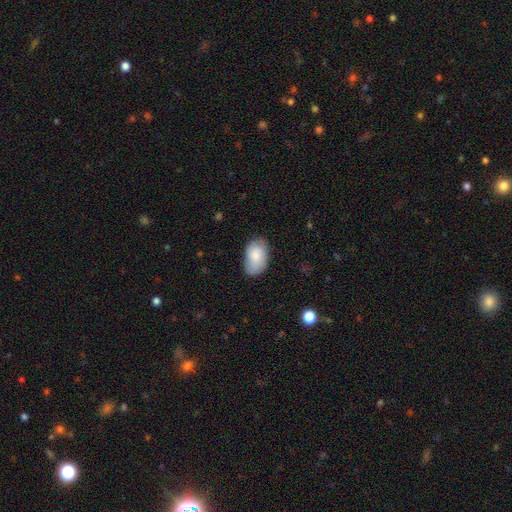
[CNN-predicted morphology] Overall: smooth (81%). How rounded: in between (92%). Merging: none (66%; minor disturbance 27%).